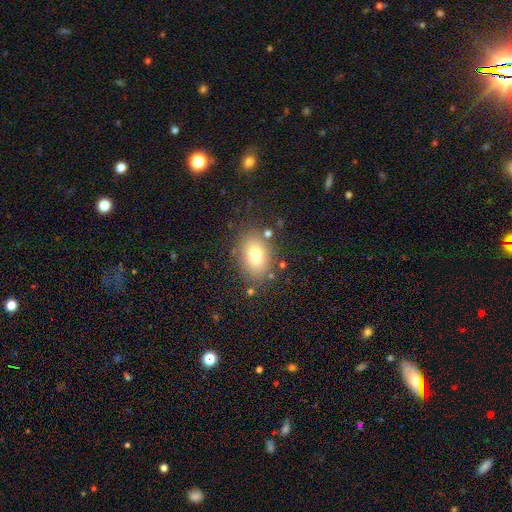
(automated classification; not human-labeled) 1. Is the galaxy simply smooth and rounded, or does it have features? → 74% smooth, 14% featured or disk, 12% star or artifact.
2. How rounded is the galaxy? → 76% in between, 23% round, 1% cigar-shaped.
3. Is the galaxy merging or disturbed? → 80% none, 12% minor disturbance, 5% major disturbance, 4% merger.